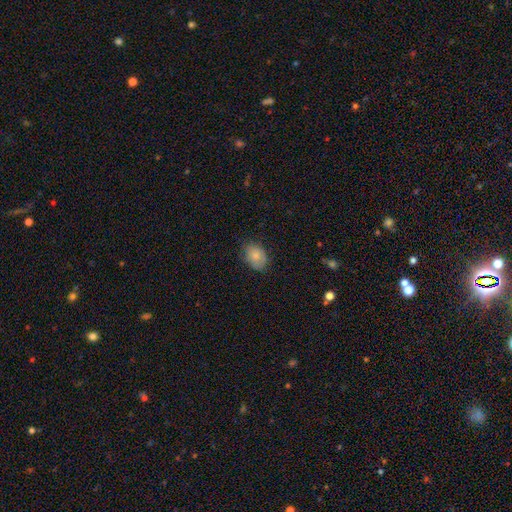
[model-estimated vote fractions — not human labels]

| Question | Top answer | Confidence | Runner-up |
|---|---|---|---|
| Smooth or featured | smooth | 79% | featured or disk (13%) |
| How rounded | in between | 76% | round (23%) |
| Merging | none | 76% | minor disturbance (19%) |